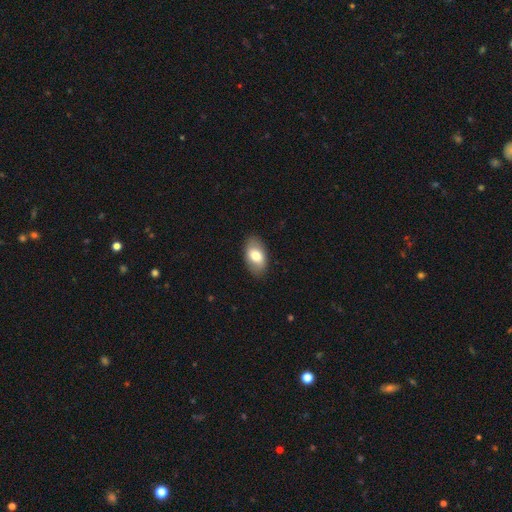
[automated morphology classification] Smooth or featured? smooth (73%)
How rounded? in between (93%)
Merging? none (86%)